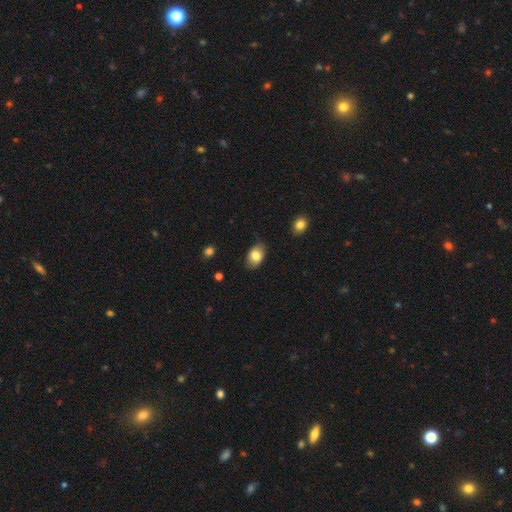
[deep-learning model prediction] smooth-or-featured: smooth: 82% | featured or disk: 11% | star or artifact: 8%
  how-rounded: in between: 86% | round: 13% | cigar-shaped: 1%
  merging: none: 80% | minor disturbance: 16% | major disturbance: 3% | merger: 1%